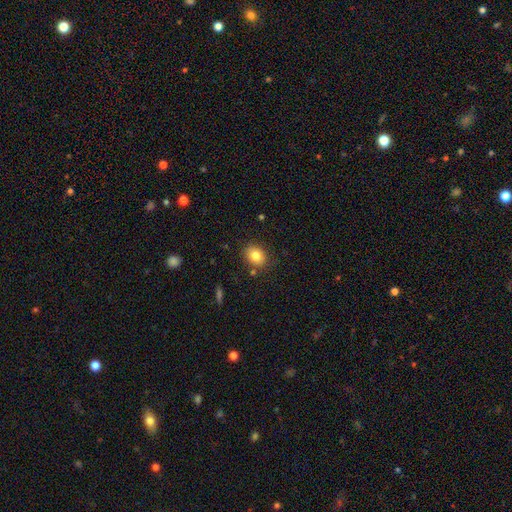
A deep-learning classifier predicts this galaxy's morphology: smooth 83%, star or artifact 9%, featured or disk 8%. Down the decision tree: how rounded — in between (54%); merging — none (82%).